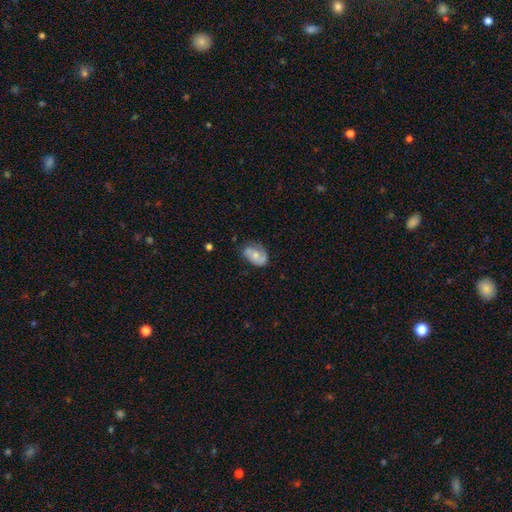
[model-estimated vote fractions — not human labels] Smooth or featured?
  - smooth: 47% *
  - featured or disk: 46%
  - star or artifact: 7%
Merging?
  - none: 55% *
  - minor disturbance: 31%
  - major disturbance: 12%
  - merger: 3%